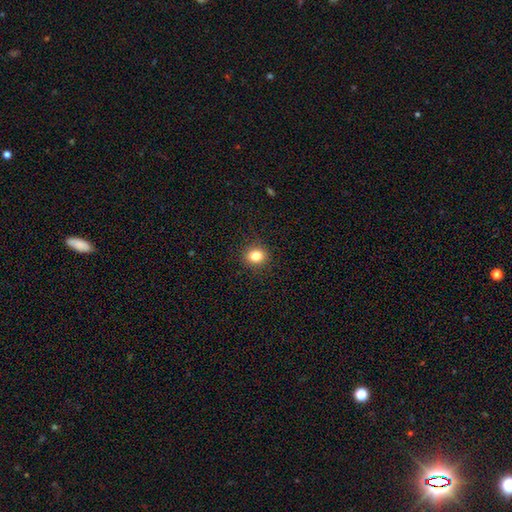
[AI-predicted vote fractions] Smooth or featured: smooth — 83% (star or artifact — 11%)
How rounded: round — 69% (in between — 30%)
Merging: none — 90% (minor disturbance — 7%)